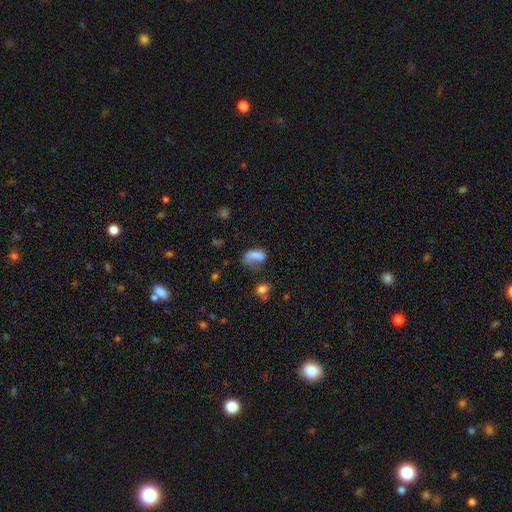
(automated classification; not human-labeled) Smooth or featured: smooth — 64% (featured or disk — 23%)
How rounded: in between — 81% (round — 11%)
Merging: major disturbance — 40% (none — 28%)